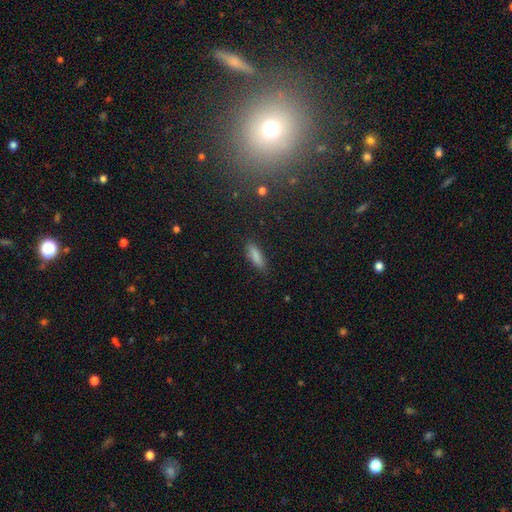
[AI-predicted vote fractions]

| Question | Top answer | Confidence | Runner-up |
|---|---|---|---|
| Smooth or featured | smooth | 84% | star or artifact (8%) |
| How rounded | cigar-shaped | 51% | in between (47%) |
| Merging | none | 84% | minor disturbance (12%) |